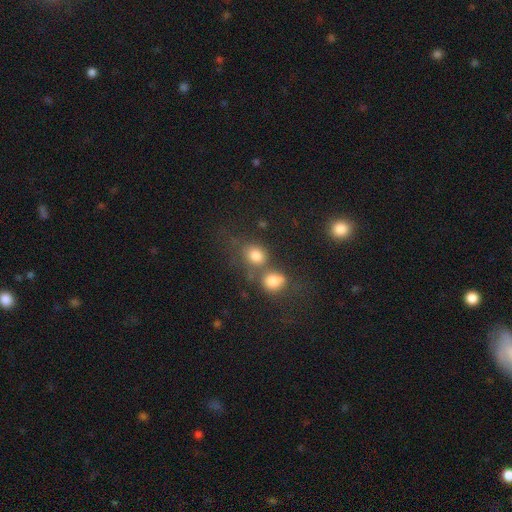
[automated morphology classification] Q: Smooth or featured?
A: smooth (79%); runner-up: star or artifact (13%)
Q: How rounded?
A: round (58%); runner-up: in between (41%)
Q: Merging?
A: none (45%); runner-up: merger (38%)